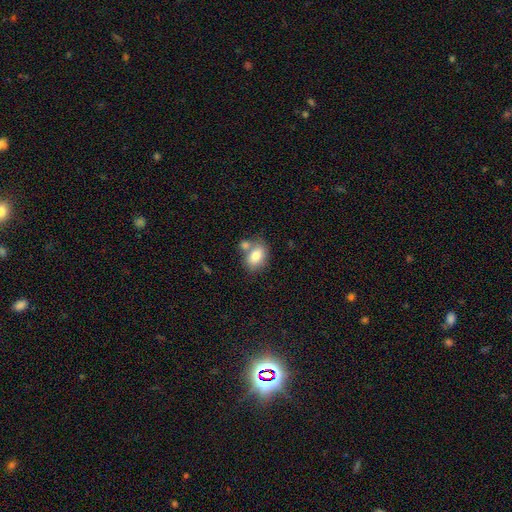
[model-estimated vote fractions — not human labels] smooth 80%, featured or disk 13%, star or artifact 8%. Down the decision tree: how rounded — in between (79%); merging — none (52%).